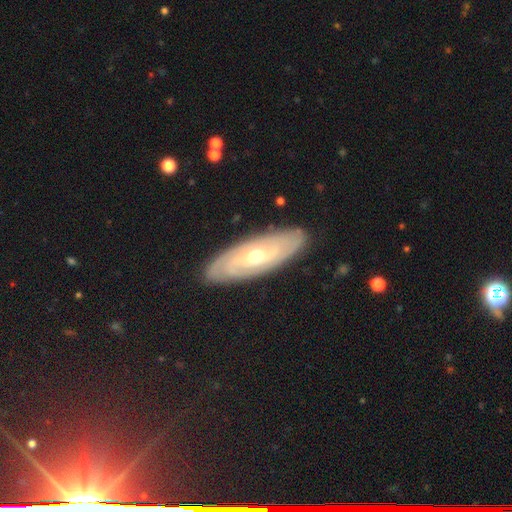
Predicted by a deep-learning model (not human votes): Smooth or featured?
  - featured or disk: 77% *
  - smooth: 16%
  - star or artifact: 6%
Edge-on disk?
  - no: 82% *
  - yes: 18%
Bar?
  - no: 65% *
  - weak: 27%
  - strong: 8%
Spiral arms?
  - yes: 85% *
  - no: 15%
Spiral winding?
  - tight: 73% *
  - medium: 20%
  - loose: 7%
Spiral arm count?
  - can't tell: 55% *
  - 2: 22%
  - 3: 9%
  - 4: 6%
  - more than 4: 5%
  - 1: 4%
Bulge size?
  - moderate: 63% *
  - small: 32%
  - large: 3%
  - dominant: 1%
  - none: 1%
Merging?
  - none: 87% *
  - minor disturbance: 9%
  - major disturbance: 2%
  - merger: 1%